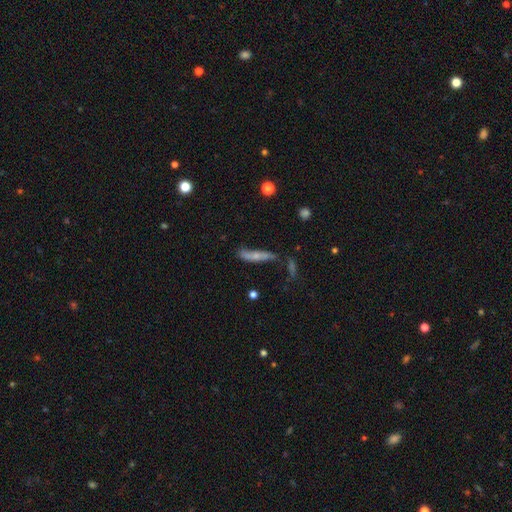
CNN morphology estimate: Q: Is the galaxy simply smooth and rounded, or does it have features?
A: smooth — 56%.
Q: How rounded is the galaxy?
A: cigar-shaped — 80%.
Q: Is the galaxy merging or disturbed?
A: none — 54%.